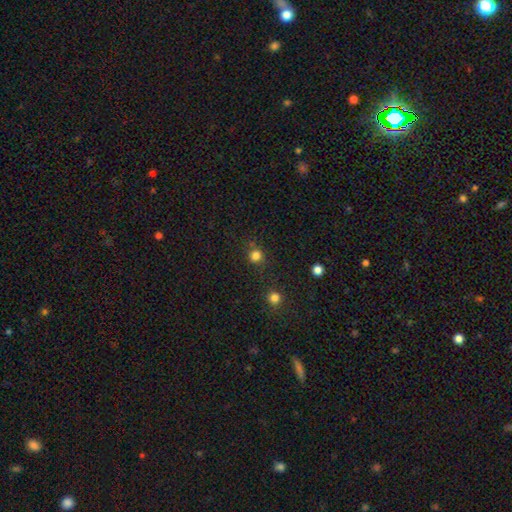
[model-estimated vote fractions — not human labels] Q: Smooth or featured?
A: smooth (80%); runner-up: star or artifact (16%)
Q: How rounded?
A: round (90%); runner-up: in between (9%)
Q: Merging?
A: none (79%); runner-up: minor disturbance (10%)